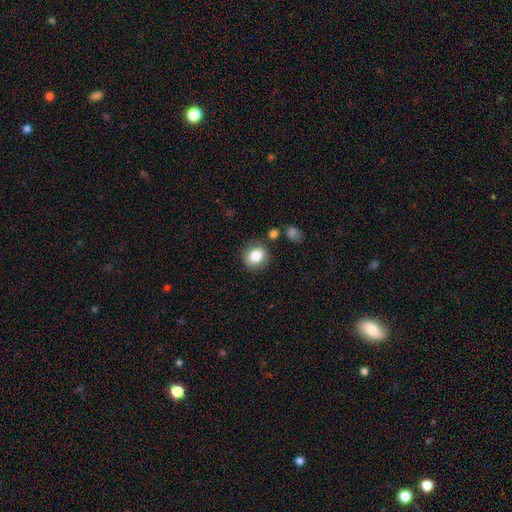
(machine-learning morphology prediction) Q: Smooth or featured?
A: smooth (81%); runner-up: star or artifact (10%)
Q: How rounded?
A: round (72%); runner-up: in between (28%)
Q: Merging?
A: none (82%); runner-up: minor disturbance (10%)